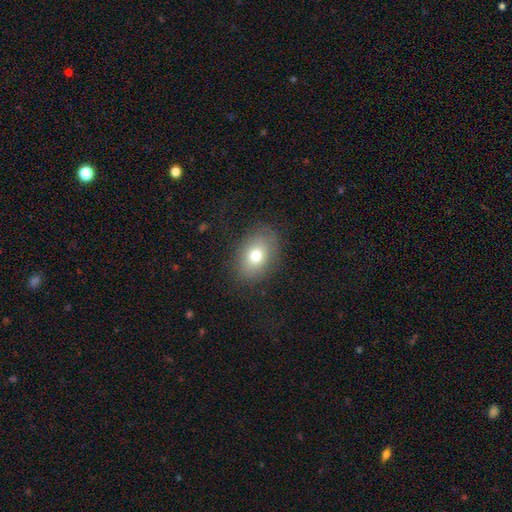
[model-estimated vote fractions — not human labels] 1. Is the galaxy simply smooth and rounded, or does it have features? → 75% smooth, 14% featured or disk, 11% star or artifact.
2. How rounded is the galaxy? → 73% in between, 26% round, 1% cigar-shaped.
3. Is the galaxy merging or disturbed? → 81% none, 12% minor disturbance, 5% major disturbance, 1% merger.